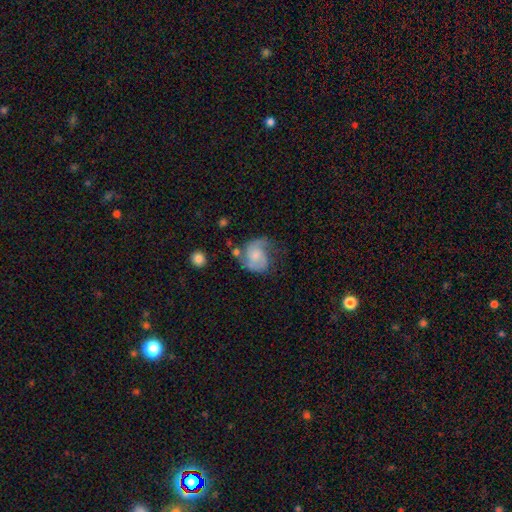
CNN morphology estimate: This appears to be a featured or disk galaxy (72%) with no bar (63%), 2 (80%) medium (49%) spiral arms (93%) and a small central bulge (35%). Merging: none (49%).